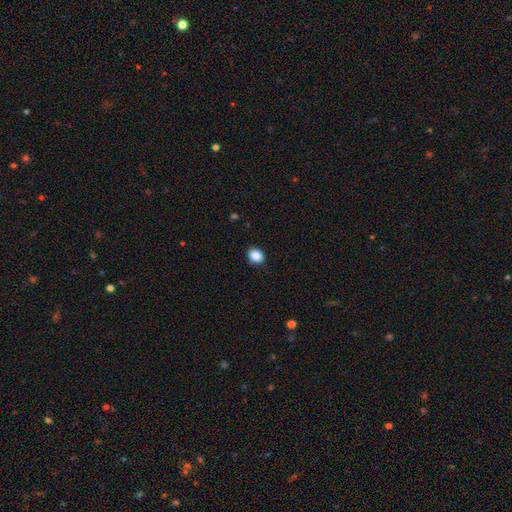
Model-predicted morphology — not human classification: smooth 88%, star or artifact 9%, featured or disk 3%. Down the decision tree: how rounded — round (59%); merging — none (90%).